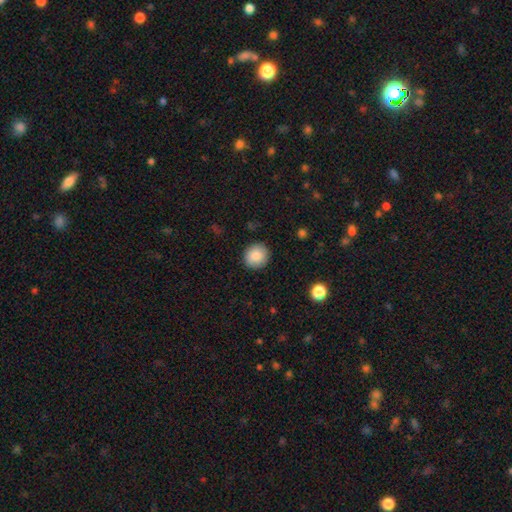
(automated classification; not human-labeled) The model was most divided on "smooth or featured": smooth: 87%, star or artifact: 8%, featured or disk: 5%. More confident: merging — none (90%); how rounded — round (89%).